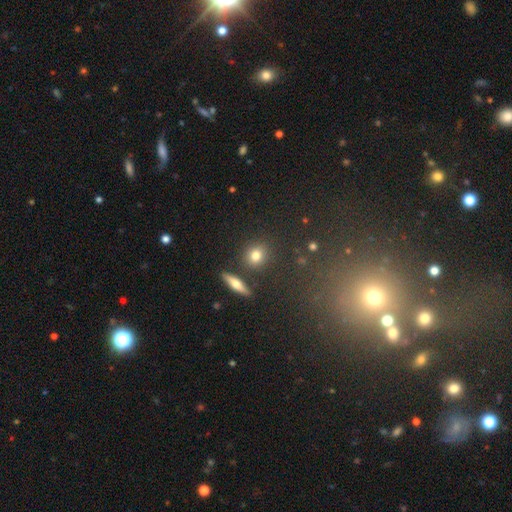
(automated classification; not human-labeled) This is likely a smooth galaxy (78%). How rounded: likely round (76%). Merging: clearly none (84%).